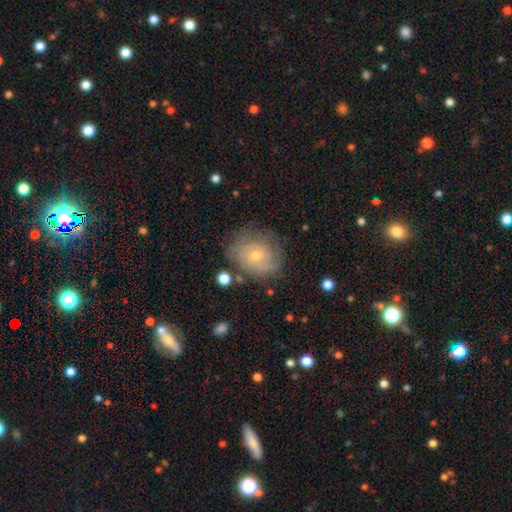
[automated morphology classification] Smooth or featured? Predicted: featured or disk (p=0.60). Edge-on disk? Predicted: no (p=0.96). Bar? Predicted: no (p=0.75). Spiral arms? Predicted: yes (p=0.74). Bulge size? Predicted: small (p=0.58). Merging? Predicted: none (p=0.69).